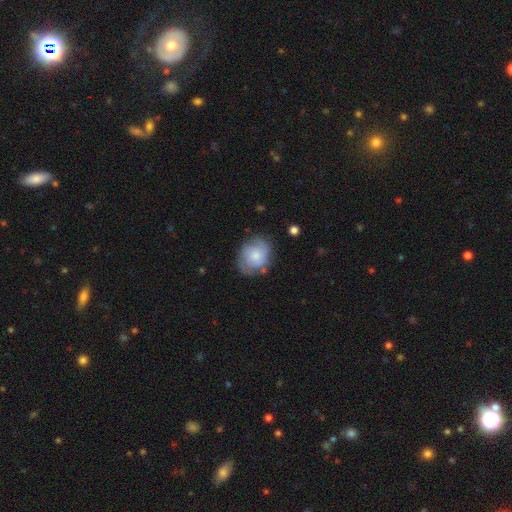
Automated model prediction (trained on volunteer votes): This is possibly a smooth galaxy (48%). Merging: likely none (70%).